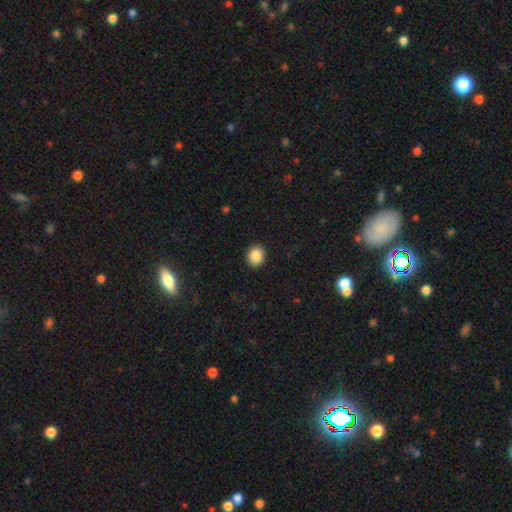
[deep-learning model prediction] smooth 88%, star or artifact 9%, featured or disk 4%. Down the decision tree: how rounded — round (67%); merging — none (91%).